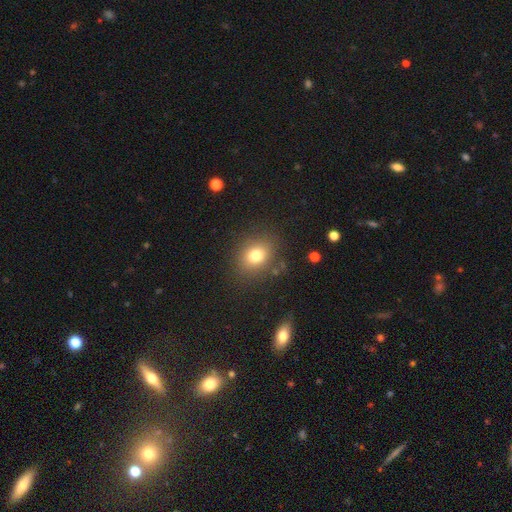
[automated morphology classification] Smooth or featured?
  - smooth: 77% *
  - star or artifact: 13%
  - featured or disk: 10%
How rounded?
  - round: 55% *
  - in between: 44%
  - cigar-shaped: 1%
Merging?
  - none: 83% *
  - minor disturbance: 11%
  - major disturbance: 4%
  - merger: 2%